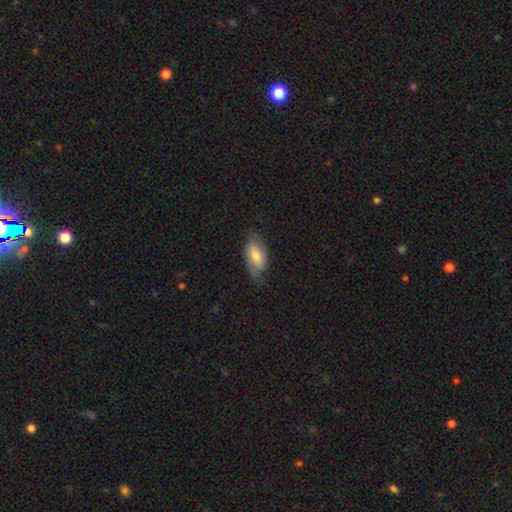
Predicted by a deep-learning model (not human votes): The model was most divided on "smooth or featured": smooth: 60%, featured or disk: 33%, star or artifact: 6%. More confident: how rounded — in between (90%); merging — none (67%).